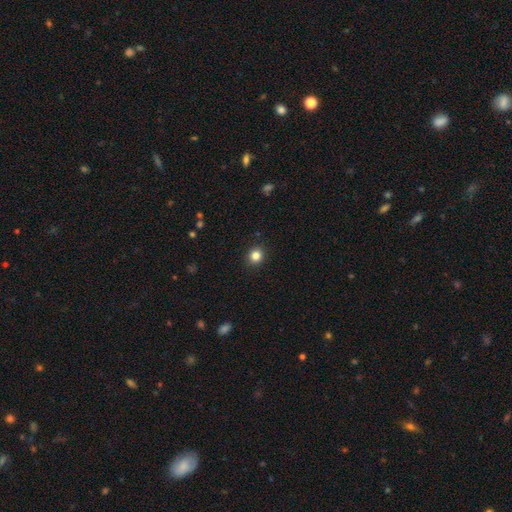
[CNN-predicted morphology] Q: Smooth or featured?
A: smooth (83%); runner-up: star or artifact (12%)
Q: How rounded?
A: round (85%); runner-up: in between (14%)
Q: Merging?
A: none (92%); runner-up: minor disturbance (5%)